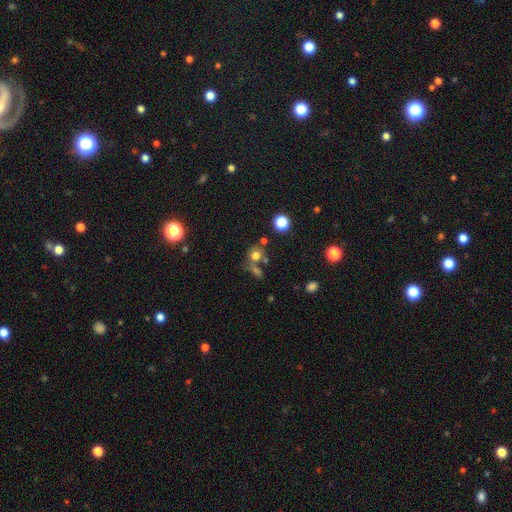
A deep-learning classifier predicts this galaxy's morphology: A smooth galaxy with no disk features (70%) that is round (80%).

Vote fractions:
- Smooth or featured? smooth: 70% / star or artifact: 18% / featured or disk: 12%
- How rounded? round: 80% / in between: 18% / cigar-shaped: 1%
- Merging? none: 51% / merger: 32% / minor disturbance: 11% / major disturbance: 7%